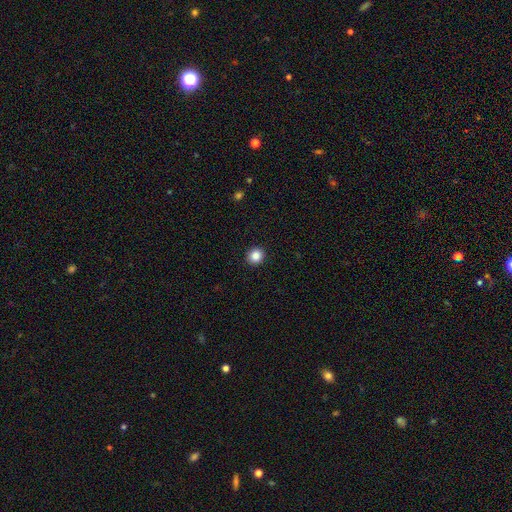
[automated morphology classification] Q: Smooth or featured?
A: smooth (85%); runner-up: star or artifact (10%)
Q: How rounded?
A: round (89%); runner-up: in between (10%)
Q: Merging?
A: none (93%); runner-up: minor disturbance (5%)